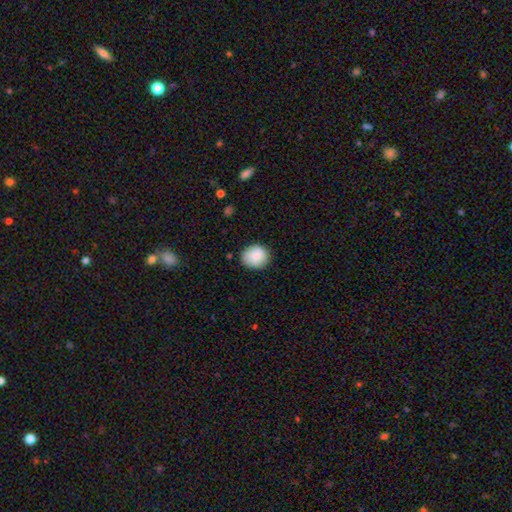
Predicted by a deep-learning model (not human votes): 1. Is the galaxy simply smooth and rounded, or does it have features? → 87% smooth, 7% star or artifact, 5% featured or disk.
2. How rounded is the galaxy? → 70% round, 29% in between, 1% cigar-shaped.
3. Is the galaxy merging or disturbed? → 81% none, 14% minor disturbance, 3% major disturbance, 1% merger.